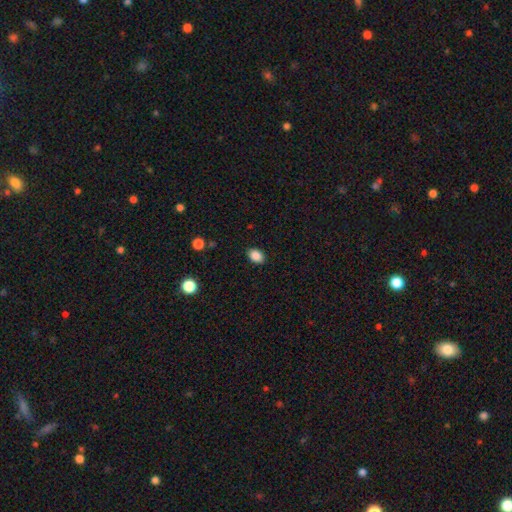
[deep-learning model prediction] Smooth or featured?
  - smooth: 87% *
  - star or artifact: 9%
  - featured or disk: 4%
How rounded?
  - in between: 78% *
  - round: 21%
  - cigar-shaped: 1%
Merging?
  - none: 88% *
  - minor disturbance: 9%
  - major disturbance: 2%
  - merger: 1%